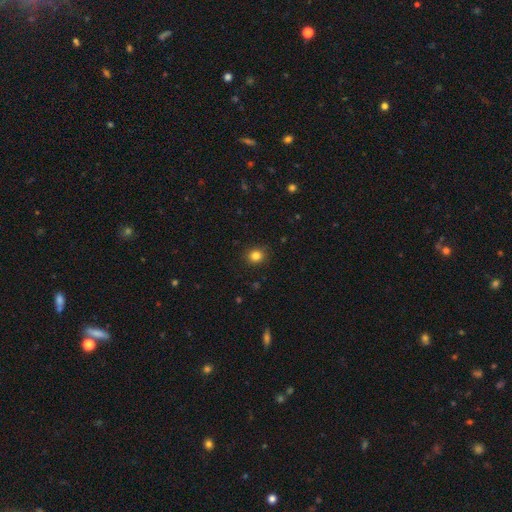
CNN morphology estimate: Smooth or featured?
  - smooth: 84% *
  - star or artifact: 12%
  - featured or disk: 4%
How rounded?
  - round: 84% *
  - in between: 15%
  - cigar-shaped: 1%
Merging?
  - none: 90% *
  - minor disturbance: 7%
  - major disturbance: 2%
  - merger: 1%